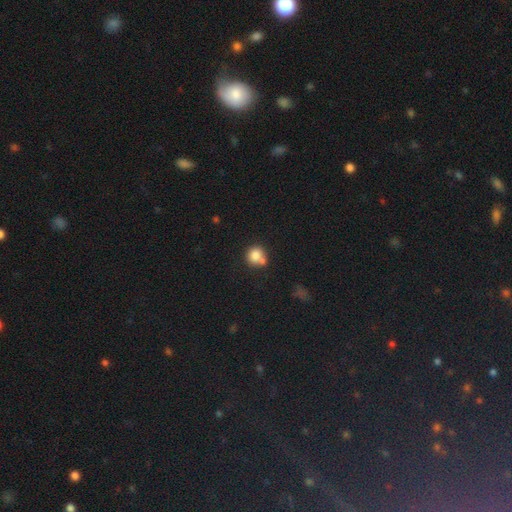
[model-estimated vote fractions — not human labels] Overall: smooth (81%). How rounded: round (87%). Merging: none (52%; merger 33%).